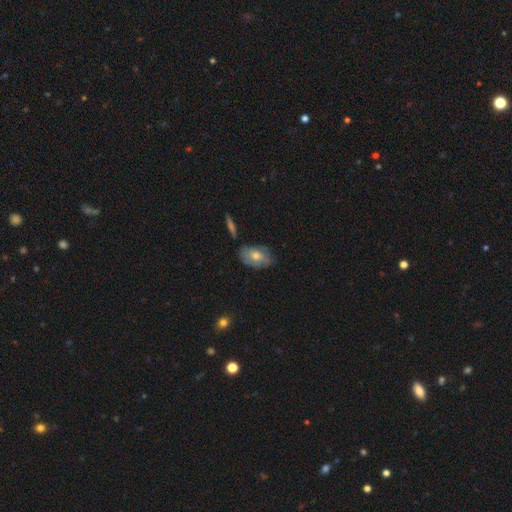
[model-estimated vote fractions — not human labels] A smooth galaxy with no disk features (54%) that is in between round and cigar-shaped (89%). Merging: none (67%).